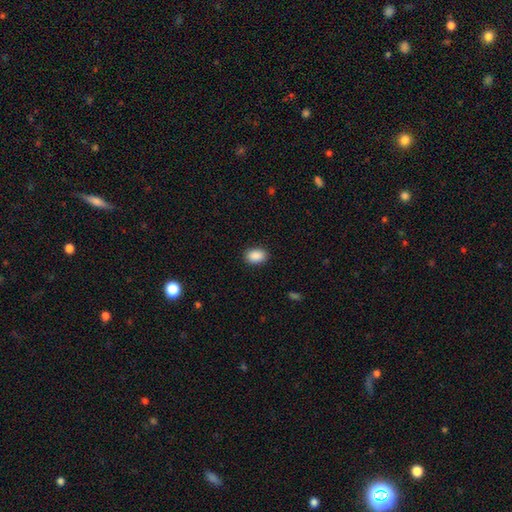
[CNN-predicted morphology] A smooth galaxy with no disk features (90%) that is in between round and cigar-shaped (85%). Merging: none (89%).